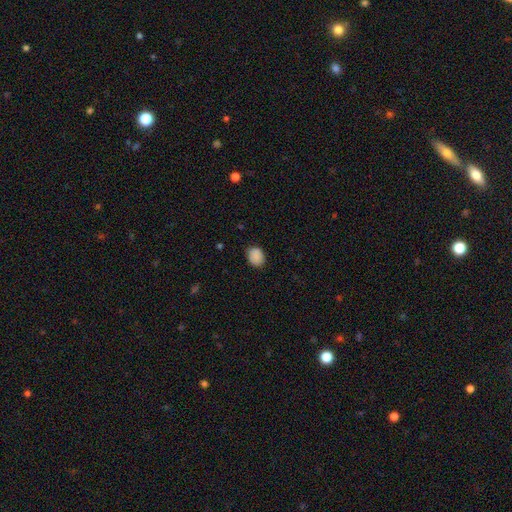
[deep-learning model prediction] Morphology: type=smooth (88%); roundness=in between (52%); merging=none (82%).